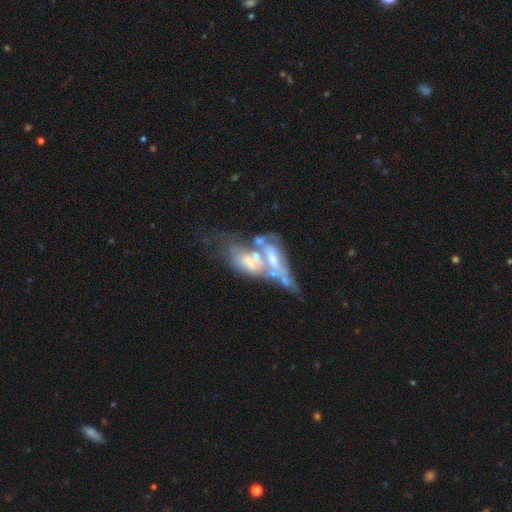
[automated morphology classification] smooth_or_featured: featured or disk (p=0.60) [alt: smooth p=0.30]
disk_edge_on: no (p=0.88) [alt: yes p=0.12]
bar: no (p=0.81) [alt: weak p=0.11]
has_spiral_arms: no (p=0.87) [alt: yes p=0.13]
bulge_size: none (p=0.37) [alt: moderate p=0.28]
merging: merger (p=0.56) [alt: major disturbance p=0.21]